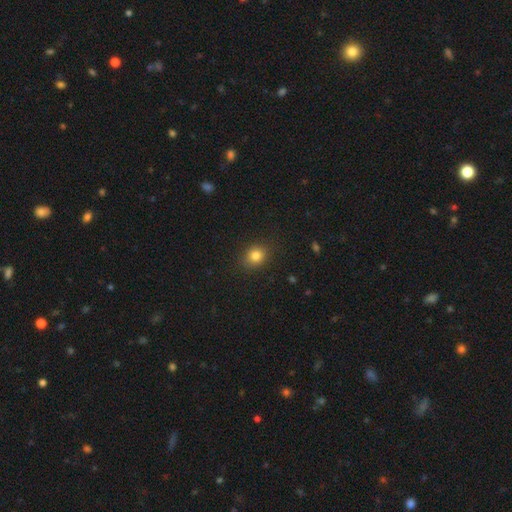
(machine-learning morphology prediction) Q: Smooth or featured?
A: smooth (83%); runner-up: star or artifact (11%)
Q: How rounded?
A: round (68%); runner-up: in between (31%)
Q: Merging?
A: none (88%); runner-up: minor disturbance (9%)